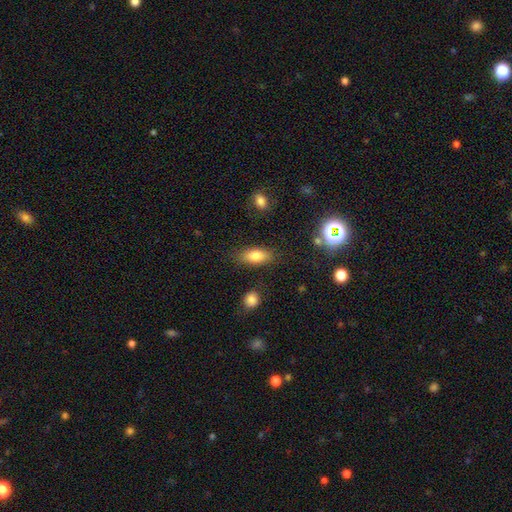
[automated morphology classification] smooth-or-featured: smooth: 78% | featured or disk: 12% | star or artifact: 9%
  how-rounded: in between: 83% | cigar-shaped: 12% | round: 5%
  merging: none: 81% | minor disturbance: 12% | major disturbance: 4% | merger: 3%